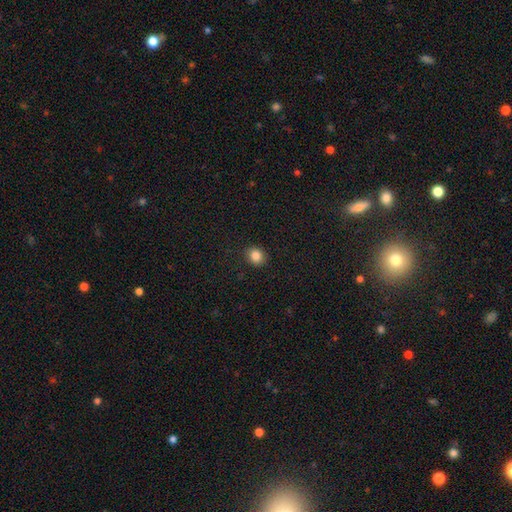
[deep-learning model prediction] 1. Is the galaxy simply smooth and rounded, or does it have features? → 85% smooth, 10% star or artifact, 4% featured or disk.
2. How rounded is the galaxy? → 71% round, 28% in between, 1% cigar-shaped.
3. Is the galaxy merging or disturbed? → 90% none, 7% minor disturbance, 2% major disturbance, 1% merger.